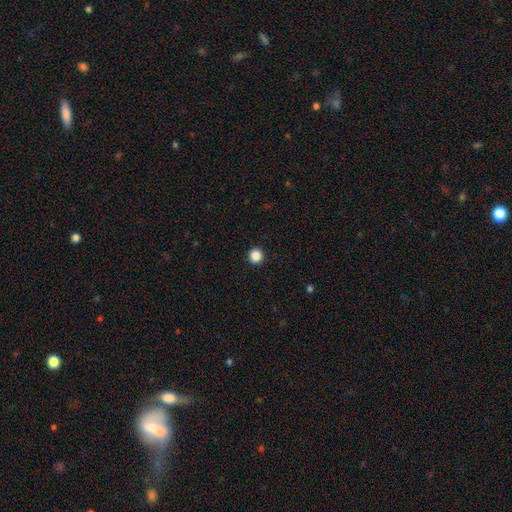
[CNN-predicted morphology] Overall: smooth (87%). How rounded: round (96%). Merging: none (94%).